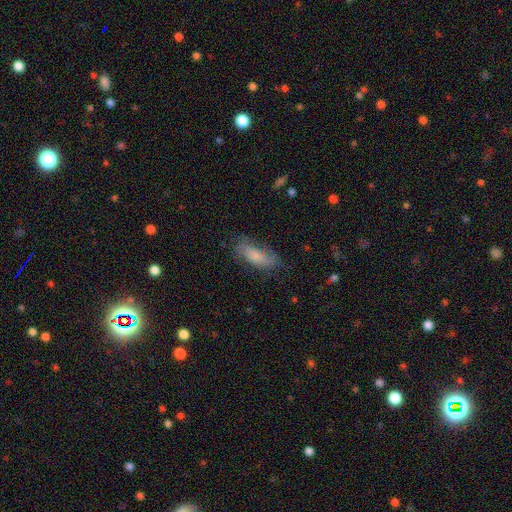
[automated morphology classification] A smooth galaxy with no disk features (74%) that is in between round and cigar-shaped (70%). Merging: none (66%).